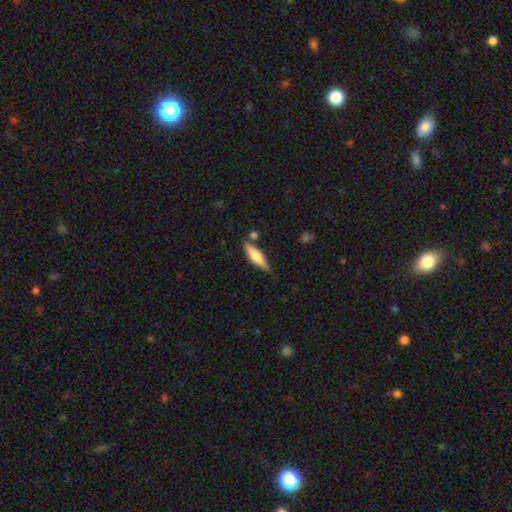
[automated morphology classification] Smooth or featured: smooth — 61% (featured or disk — 33%)
How rounded: cigar-shaped — 68% (in between — 31%)
Merging: none — 78% (minor disturbance — 14%)